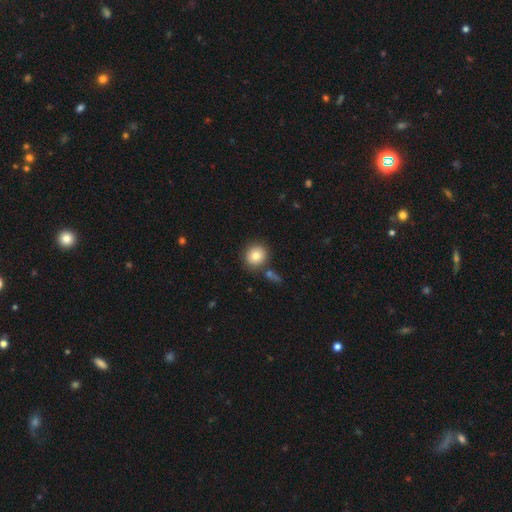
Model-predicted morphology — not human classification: Q: Smooth or featured?
A: smooth (82%); runner-up: star or artifact (9%)
Q: How rounded?
A: round (87%); runner-up: in between (12%)
Q: Merging?
A: none (79%); runner-up: merger (9%)